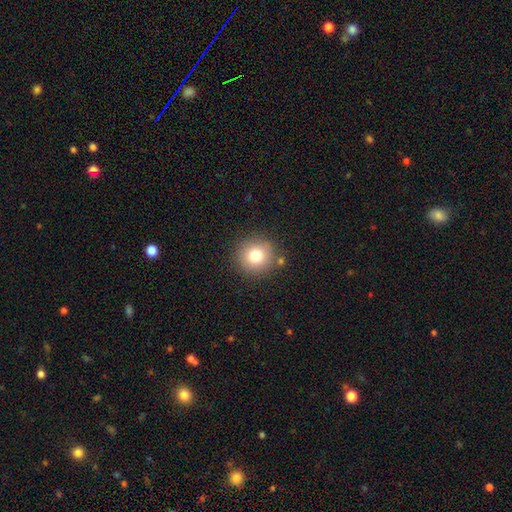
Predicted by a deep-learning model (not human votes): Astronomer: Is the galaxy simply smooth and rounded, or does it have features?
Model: smooth — 78%.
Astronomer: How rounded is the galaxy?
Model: round — 93%.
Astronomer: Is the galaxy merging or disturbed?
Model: none — 85%.